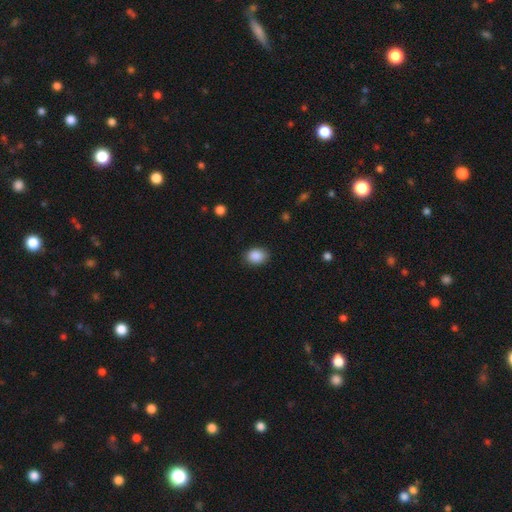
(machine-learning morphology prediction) Smooth or featured?
  - smooth: 88% *
  - star or artifact: 8%
  - featured or disk: 3%
How rounded?
  - in between: 58% *
  - round: 42%
  - cigar-shaped: 1%
Merging?
  - none: 86% *
  - minor disturbance: 11%
  - major disturbance: 3%
  - merger: 1%